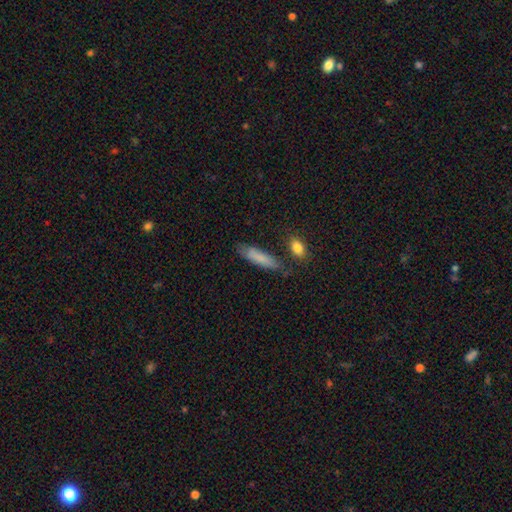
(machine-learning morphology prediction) Smooth or featured? smooth (75%)
How rounded? cigar-shaped (77%)
Merging? none (75%)